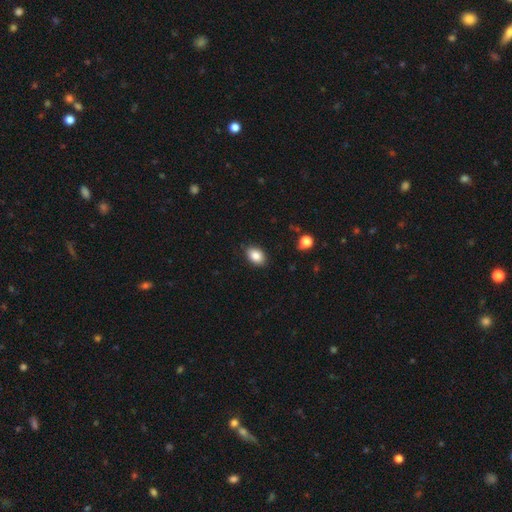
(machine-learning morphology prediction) type=smooth (86%); roundness=in between (83%); merging=none (87%).